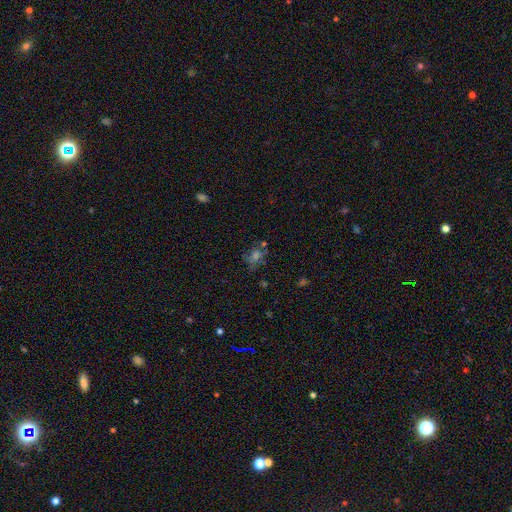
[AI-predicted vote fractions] The model was most divided on "smooth or featured": star or artifact: 38%, smooth: 37%, featured or disk: 25%.